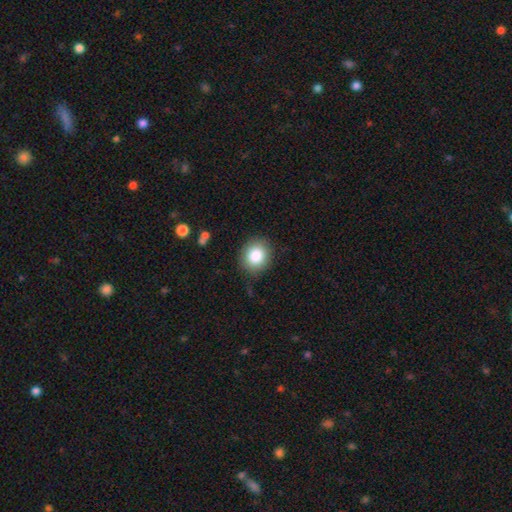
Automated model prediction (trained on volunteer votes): Overall: smooth (85%). How rounded: round (76%). Merging: none (83%).